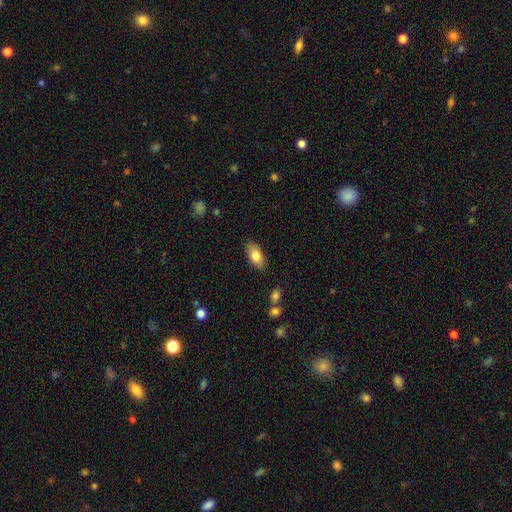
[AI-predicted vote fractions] Overall: smooth (79%). How rounded: in between (89%). Merging: none (86%).